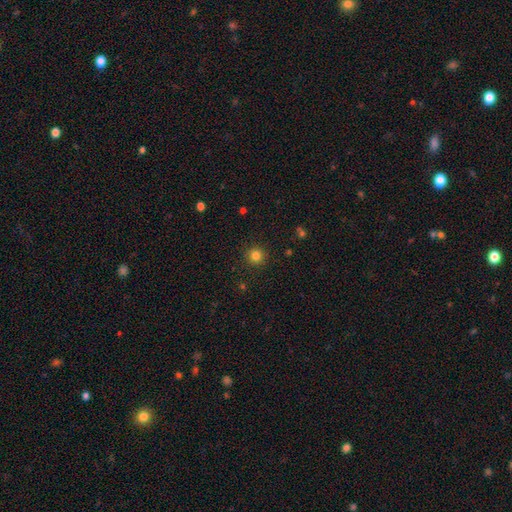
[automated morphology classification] Smooth or featured: smooth — 82% (star or artifact — 13%)
How rounded: round — 94% (in between — 5%)
Merging: none — 91% (minor disturbance — 6%)